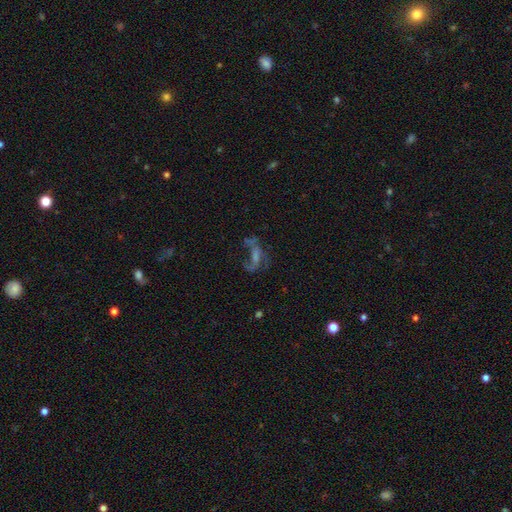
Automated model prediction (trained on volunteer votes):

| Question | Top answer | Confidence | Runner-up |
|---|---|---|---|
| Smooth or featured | featured or disk | 55% | star or artifact (24%) |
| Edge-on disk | no | 91% | yes (9%) |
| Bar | no | 53% | weak (31%) |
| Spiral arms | yes | 55% | no (45%) |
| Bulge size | none | 42% | small (31%) |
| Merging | major disturbance | 39% | none (36%) |